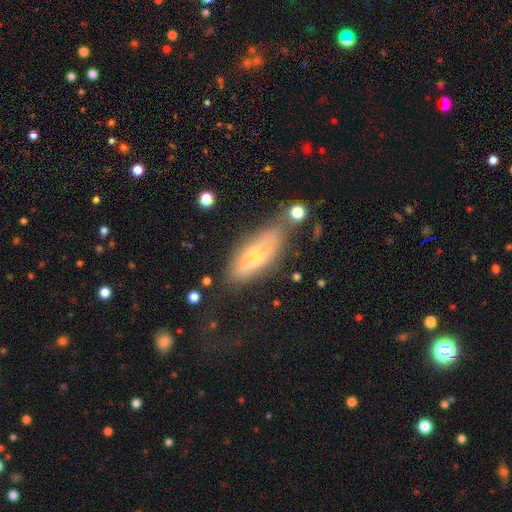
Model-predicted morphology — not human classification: Q: Smooth or featured?
A: featured or disk (49%); runner-up: smooth (42%)
Q: Merging?
A: none (53%); runner-up: minor disturbance (26%)